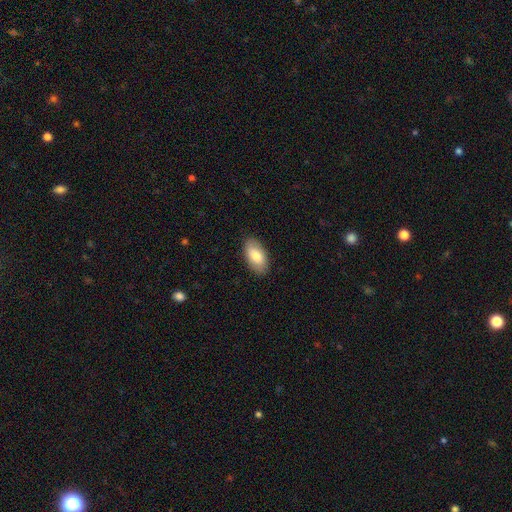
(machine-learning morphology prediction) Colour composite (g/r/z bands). It shows a smooth galaxy with no disk features (79%) that is in between round and cigar-shaped (94%). Merging: none (87%).